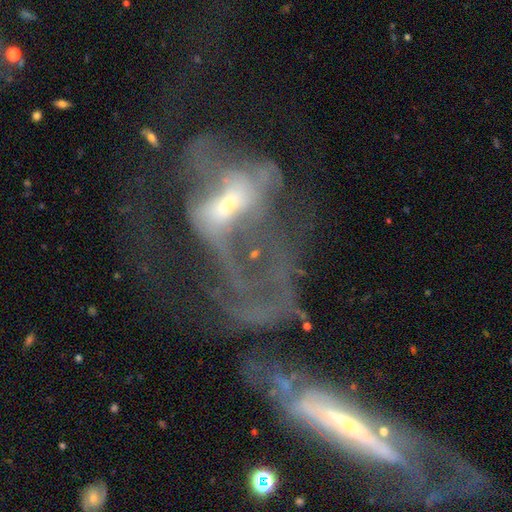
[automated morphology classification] featured or disk 73%, smooth 15%, star or artifact 13%. Down the decision tree: edge-on disk — no (88%); bar — no (46%); spiral arms — yes (50%, tied with no); bulge size — moderate (44%); merging — major disturbance (50%).